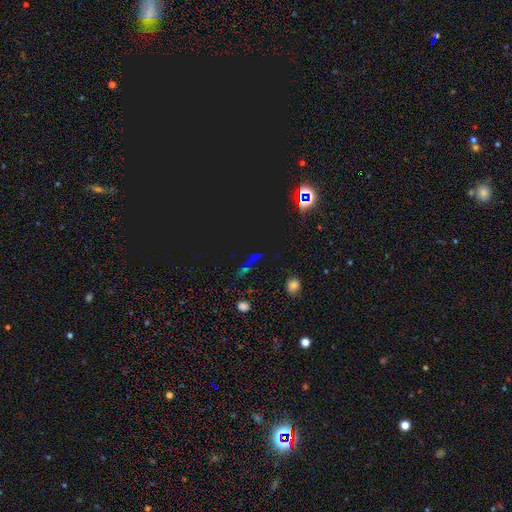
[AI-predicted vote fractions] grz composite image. It shows a star or artifact, not a galaxy (68%).